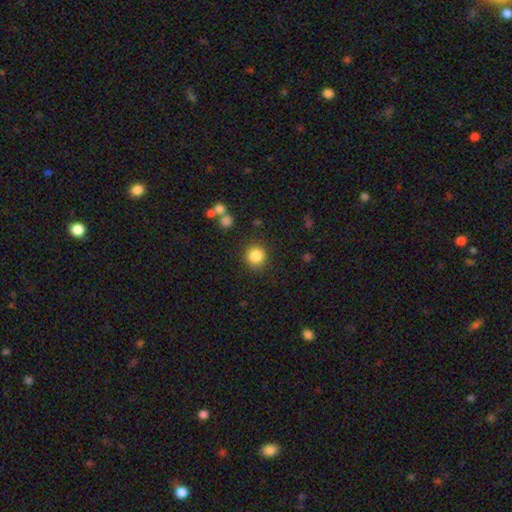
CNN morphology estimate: smooth 85%, star or artifact 10%, featured or disk 5%. Down the decision tree: how rounded — round (90%); merging — none (87%).